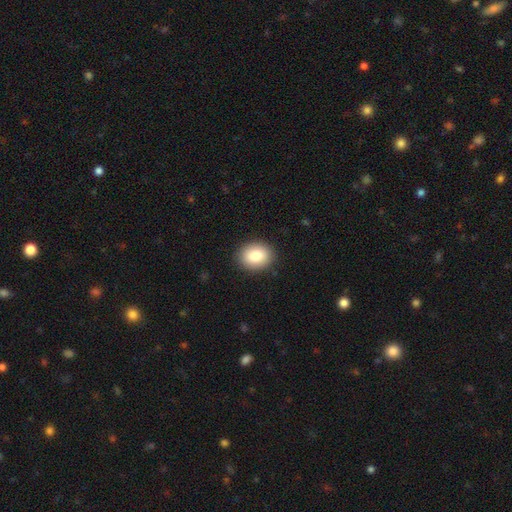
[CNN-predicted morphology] smooth 85%, star or artifact 8%, featured or disk 7%. Down the decision tree: how rounded — in between (57%); merging — none (88%).